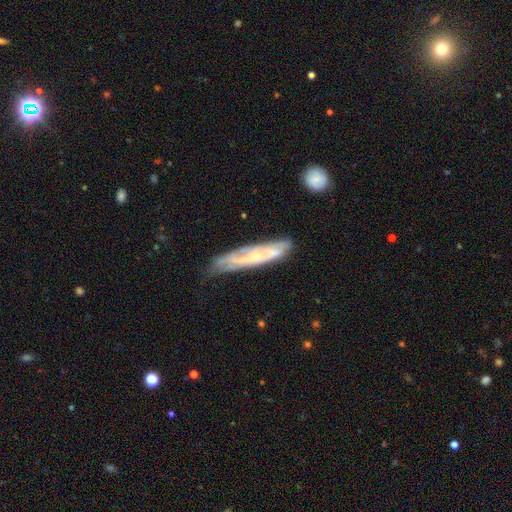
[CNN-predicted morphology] featured or disk 64%, smooth 29%, star or artifact 7%. Down the decision tree: edge-on disk — no (56%); merging — none (58%).